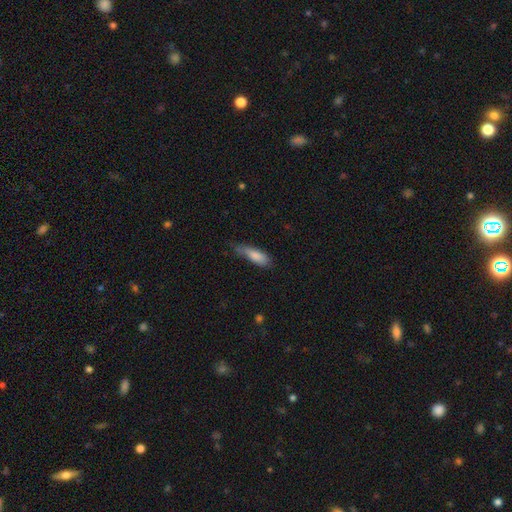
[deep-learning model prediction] smooth_or_featured: smooth (p=0.83) [alt: featured or disk p=0.11]
how_rounded: in between (p=0.53) [alt: cigar-shaped p=0.45]
merging: none (p=0.42) [tied with: minor disturbance p=0.42]